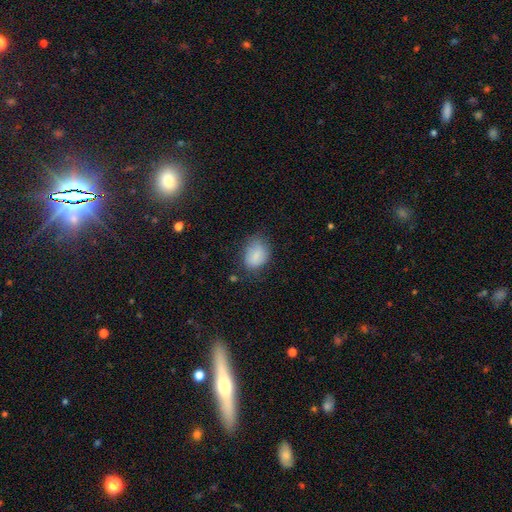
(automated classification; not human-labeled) This is clearly a smooth galaxy (81%). How rounded: likely in between (68%). Merging: possibly none (59%).